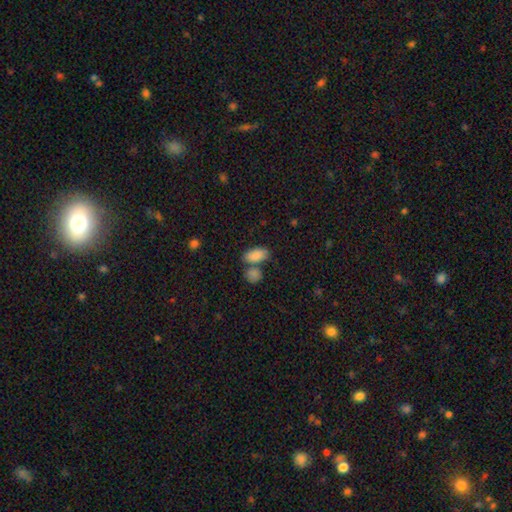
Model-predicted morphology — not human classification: Overall: smooth (86%). How rounded: in between (91%). Merging: none (52%; merger 30%).